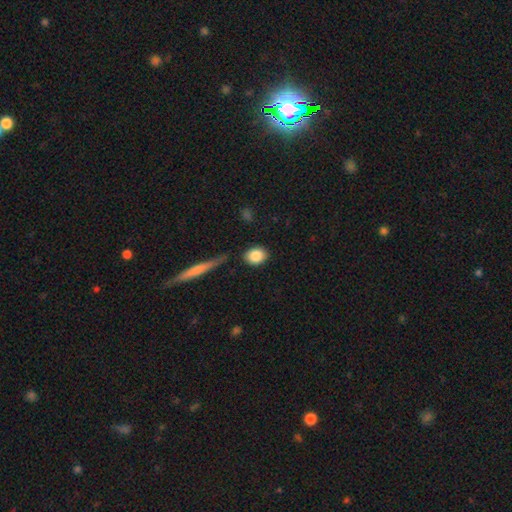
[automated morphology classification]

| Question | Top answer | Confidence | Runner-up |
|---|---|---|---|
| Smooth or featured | smooth | 85% | featured or disk (8%) |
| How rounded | round | 50% | in between (48%) |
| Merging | none | 85% | minor disturbance (9%) |